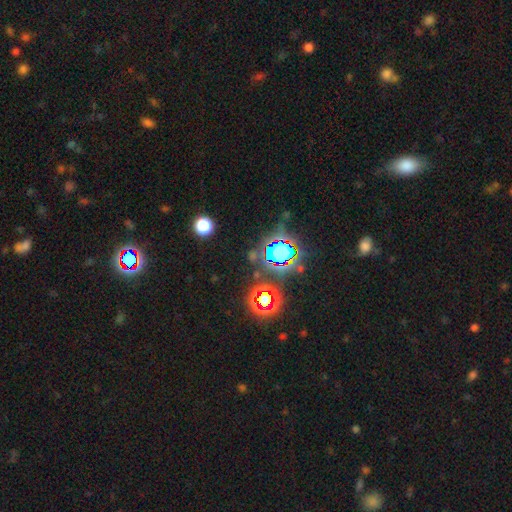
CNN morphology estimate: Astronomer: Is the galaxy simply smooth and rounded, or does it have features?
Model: star or artifact — 75%.